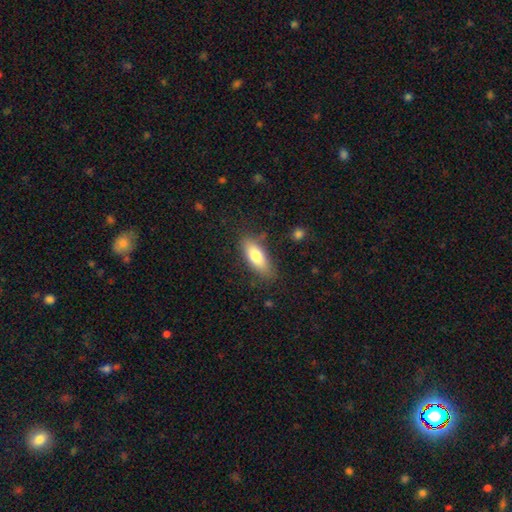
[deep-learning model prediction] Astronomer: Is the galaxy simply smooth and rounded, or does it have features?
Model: smooth — 77%.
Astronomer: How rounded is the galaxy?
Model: in between — 71%.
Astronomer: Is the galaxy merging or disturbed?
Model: none — 79%.